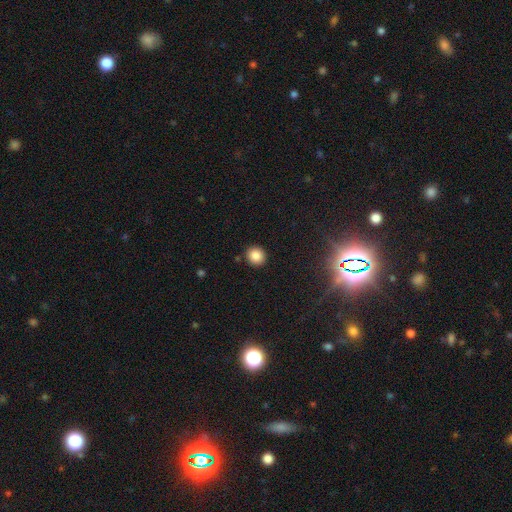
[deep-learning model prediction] Q: Smooth or featured?
A: smooth (86%); runner-up: star or artifact (10%)
Q: How rounded?
A: round (89%); runner-up: in between (10%)
Q: Merging?
A: none (90%); runner-up: minor disturbance (6%)